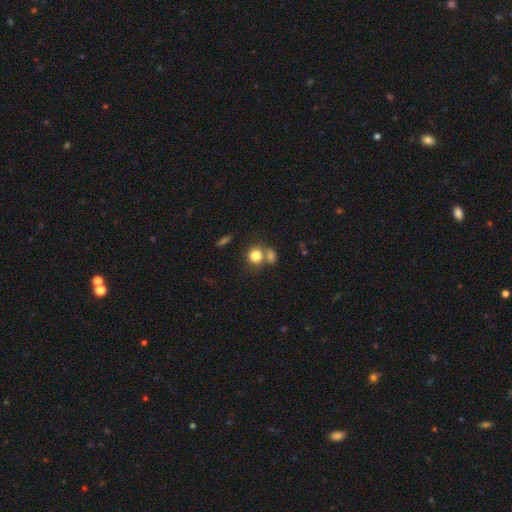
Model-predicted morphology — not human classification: Smooth or featured?
  - smooth: 80% *
  - star or artifact: 11%
  - featured or disk: 9%
How rounded?
  - round: 80% *
  - in between: 19%
  - cigar-shaped: 1%
Merging?
  - none: 50% *
  - merger: 36%
  - minor disturbance: 10%
  - major disturbance: 4%